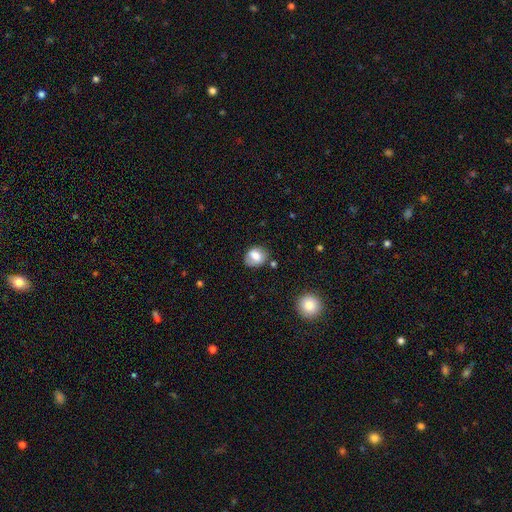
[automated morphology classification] Smooth or featured? Predicted: smooth (p=0.72). How rounded? Predicted: round (p=0.55). Merging? Predicted: none (p=0.62).